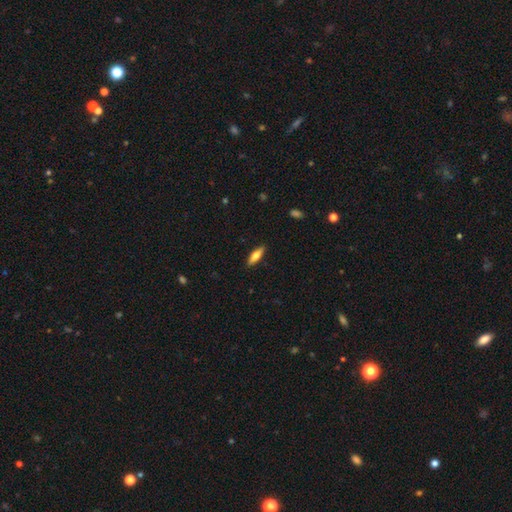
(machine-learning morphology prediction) Overall: smooth (63%; featured or disk 31%). How rounded: cigar-shaped (52%; in between 46%). Merging: none (89%).